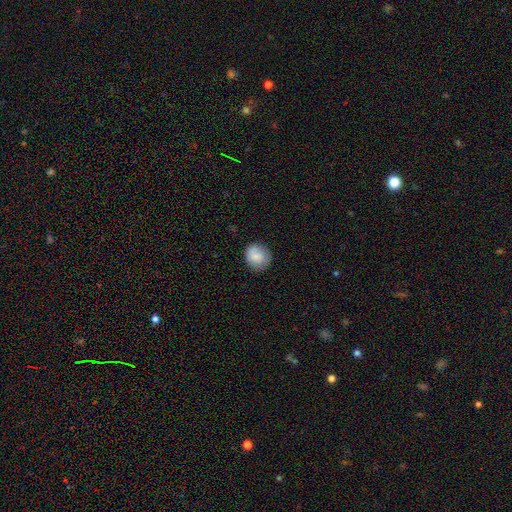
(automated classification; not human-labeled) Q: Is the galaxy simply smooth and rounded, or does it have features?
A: smooth — 82%.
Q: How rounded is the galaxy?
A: round — 79%.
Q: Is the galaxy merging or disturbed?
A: none — 78%.